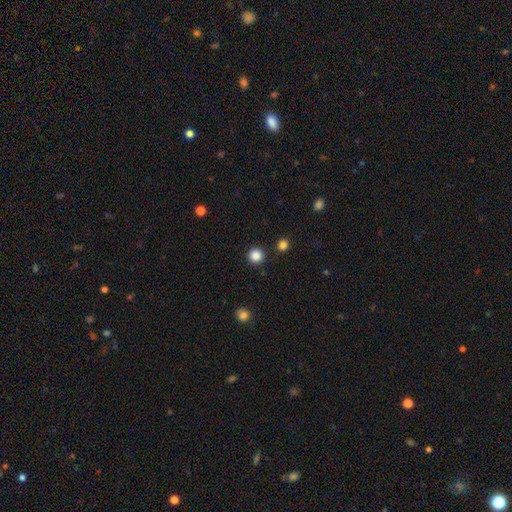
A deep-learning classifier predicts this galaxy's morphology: The model was most divided on "smooth or featured": smooth: 86%, star or artifact: 12%, featured or disk: 3%. More confident: how rounded — round (94%); merging — none (91%).